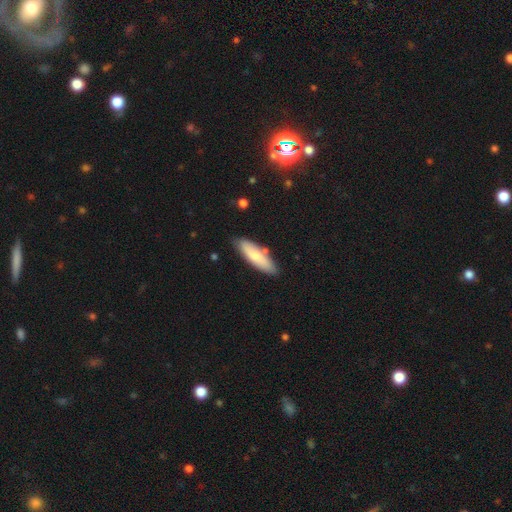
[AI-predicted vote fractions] Overall: smooth (72%). How rounded: cigar-shaped (52%; in between 47%). Merging: none (80%).